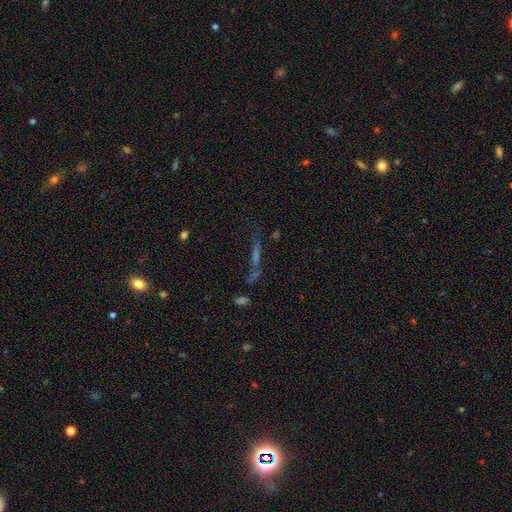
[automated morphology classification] type=star or artifact (35%, tied with featured or disk).